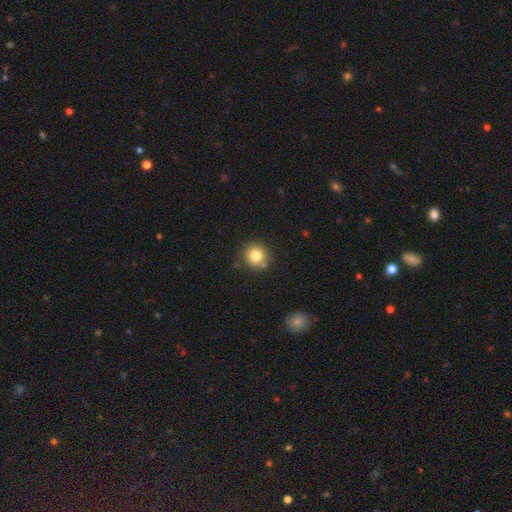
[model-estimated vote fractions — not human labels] Smooth or featured? smooth (81%)
How rounded? round (91%)
Merging? none (80%)